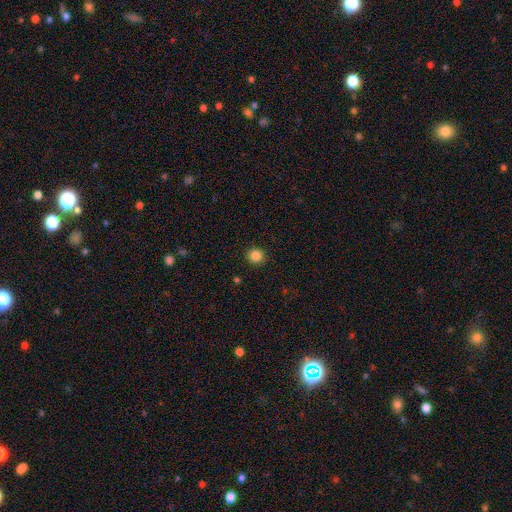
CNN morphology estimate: Smooth or featured? Predicted: smooth (p=0.85). How rounded? Predicted: round (p=0.91). Merging? Predicted: none (p=0.92).